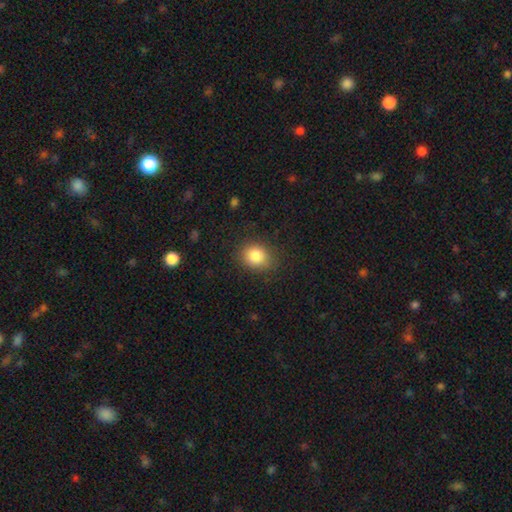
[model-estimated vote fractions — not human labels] Morphology: type=smooth (83%); roundness=round (60%); merging=none (83%).